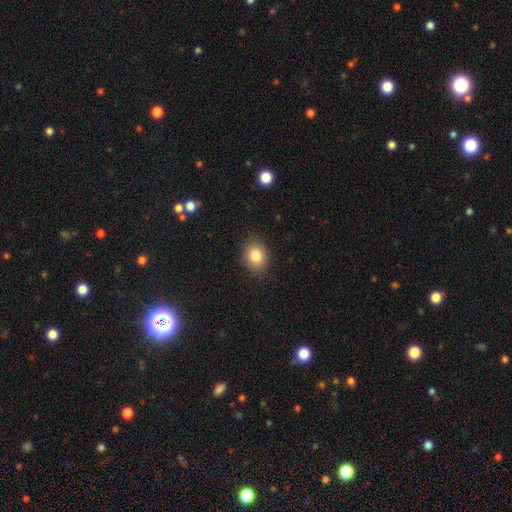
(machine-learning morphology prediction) type=smooth (83%); roundness=in between (53%); merging=none (87%).